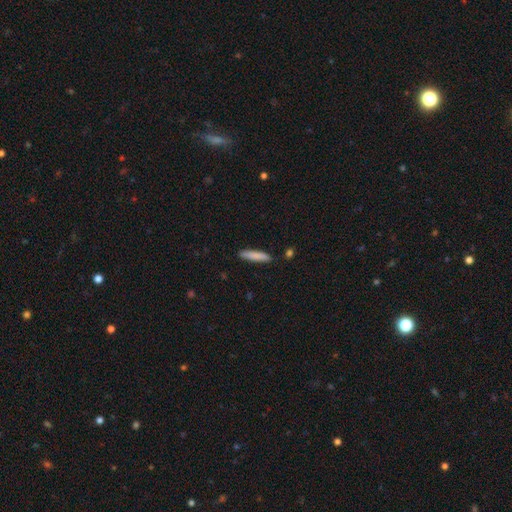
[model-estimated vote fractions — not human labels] Q: Smooth or featured?
A: smooth (83%); runner-up: featured or disk (11%)
Q: How rounded?
A: cigar-shaped (87%); runner-up: in between (12%)
Q: Merging?
A: none (86%); runner-up: minor disturbance (10%)